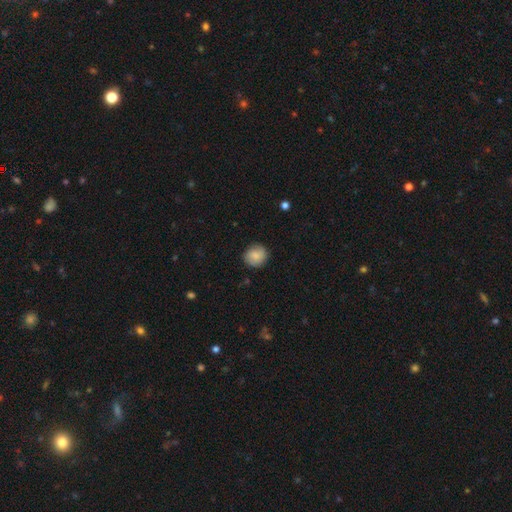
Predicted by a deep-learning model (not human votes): smooth-or-featured: smooth: 83% | featured or disk: 9% | star or artifact: 7%
  how-rounded: round: 85% | in between: 14% | cigar-shaped: 1%
  merging: none: 85% | minor disturbance: 11% | major disturbance: 2% | merger: 1%